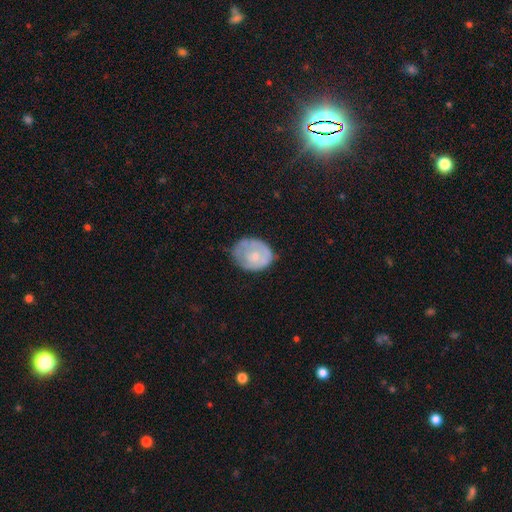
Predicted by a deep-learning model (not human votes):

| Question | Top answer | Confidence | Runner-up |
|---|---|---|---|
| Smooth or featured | smooth | 52% | featured or disk (42%) |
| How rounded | round | 52% | in between (47%) |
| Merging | none | 55% | minor disturbance (31%) |